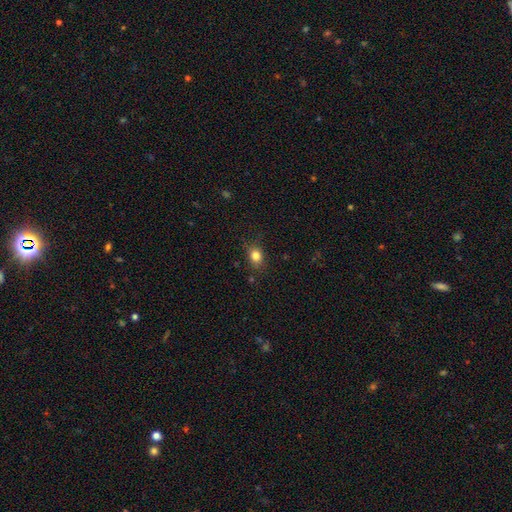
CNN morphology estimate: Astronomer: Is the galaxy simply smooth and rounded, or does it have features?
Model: smooth — 82%.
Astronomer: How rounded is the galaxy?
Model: in between — 51% (runner-up: round, 48%).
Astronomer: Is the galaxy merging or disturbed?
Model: none — 81%.